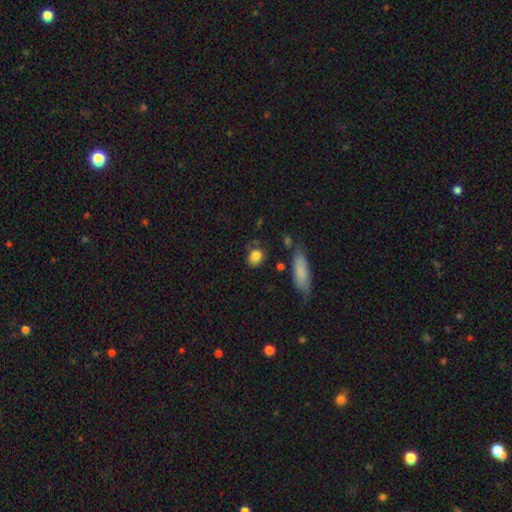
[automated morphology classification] The model was most divided on "how rounded": round: 57%, in between: 40%, cigar-shaped: 3%. More confident: smooth or featured — smooth (85%); merging — none (68%).